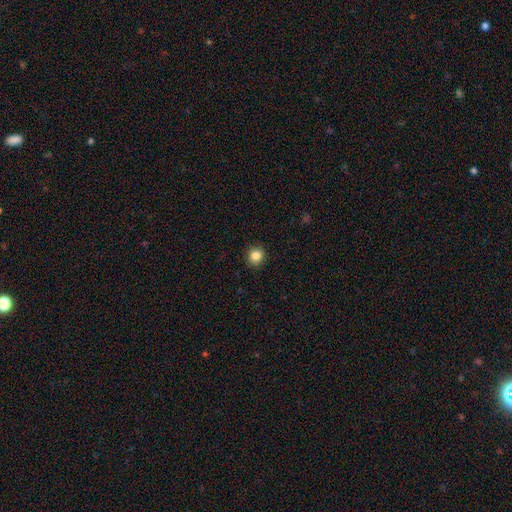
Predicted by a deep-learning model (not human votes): Smooth or featured: smooth — 85% (star or artifact — 11%)
How rounded: round — 90% (in between — 9%)
Merging: none — 92% (minor disturbance — 6%)